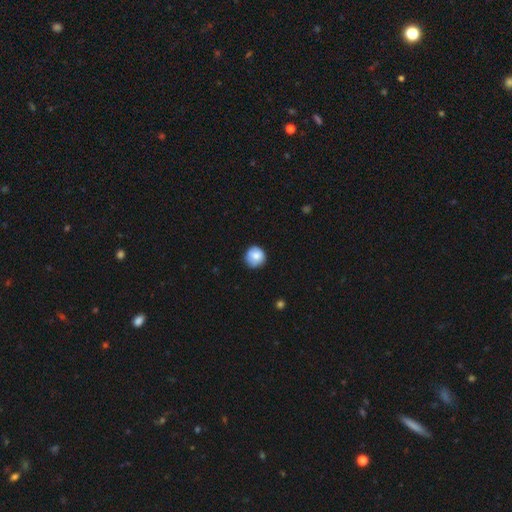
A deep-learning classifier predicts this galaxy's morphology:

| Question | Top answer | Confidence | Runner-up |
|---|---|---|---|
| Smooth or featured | smooth | 84% | featured or disk (8%) |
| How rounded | round | 93% | in between (6%) |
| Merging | none | 81% | minor disturbance (15%) |